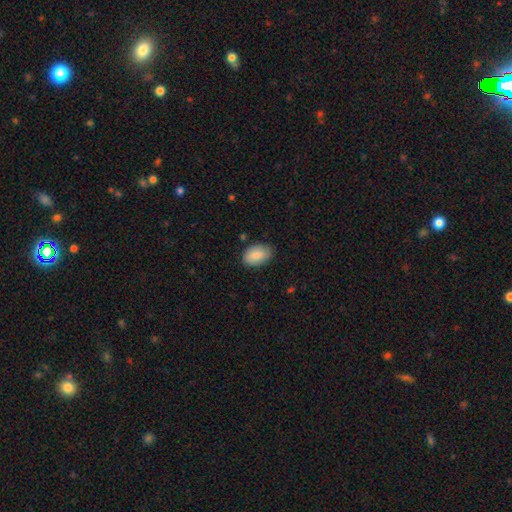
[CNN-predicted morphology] Smooth or featured? smooth (86%)
How rounded? in between (90%)
Merging? none (82%)